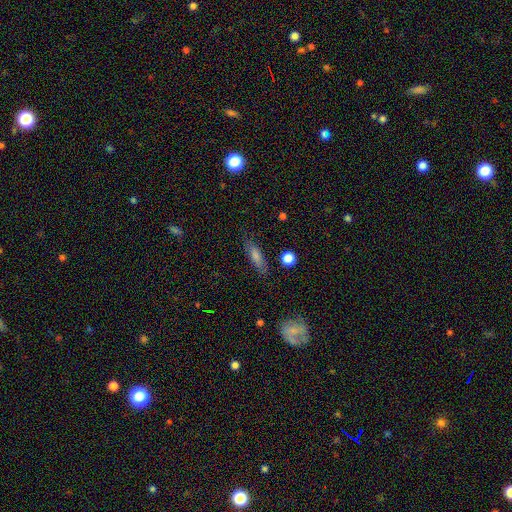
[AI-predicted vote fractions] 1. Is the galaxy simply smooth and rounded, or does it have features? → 61% smooth, 27% featured or disk, 12% star or artifact.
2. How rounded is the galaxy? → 58% cigar-shaped, 38% in between, 4% round.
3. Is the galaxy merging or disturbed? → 81% none, 14% minor disturbance, 4% major disturbance, 2% merger.